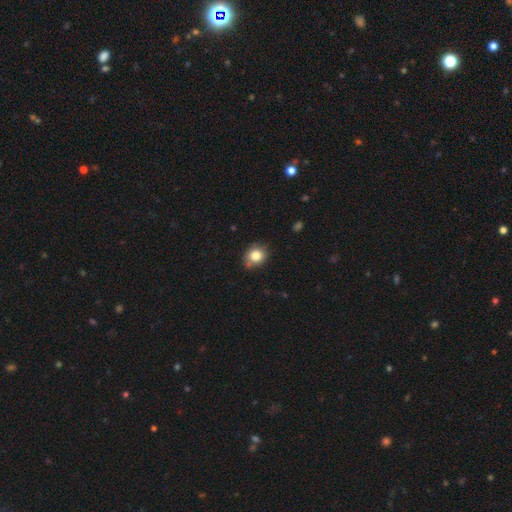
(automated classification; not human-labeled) This appears to be a smooth galaxy with no disk features (82%) that is round (68%). Merging: none (73%).